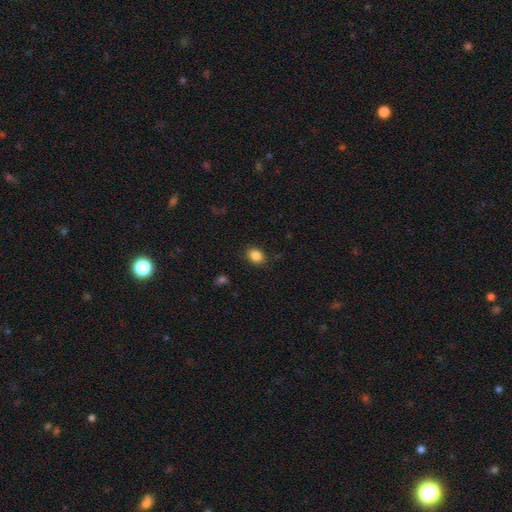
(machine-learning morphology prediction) A smooth galaxy with no disk features (86%) that is in between round and cigar-shaped (58%). Merging: none (87%).